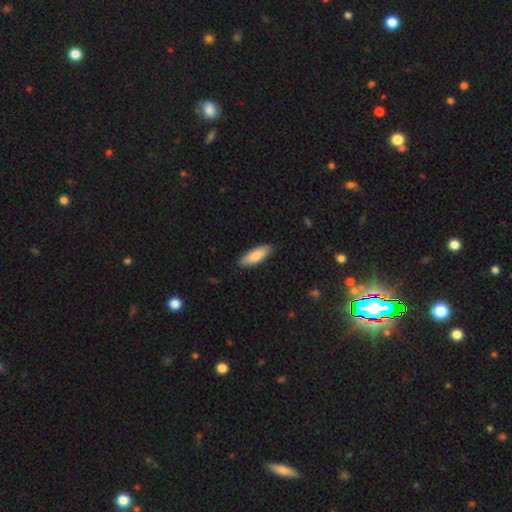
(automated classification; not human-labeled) Morphology: type=smooth (86%); roundness=in between (64%); merging=none (88%).